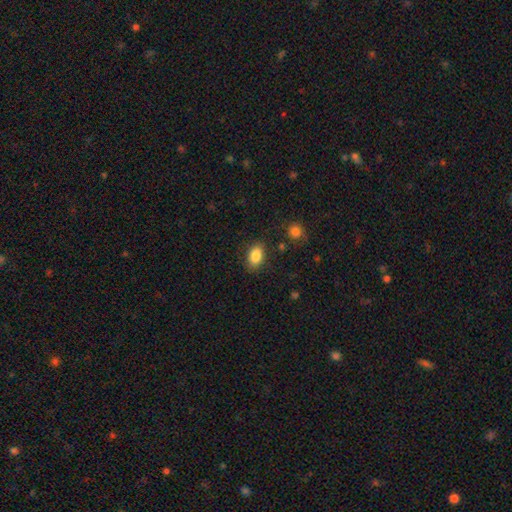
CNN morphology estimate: This appears to be a smooth galaxy with no disk features (86%) that is in between round and cigar-shaped (87%). Merging: none (83%).